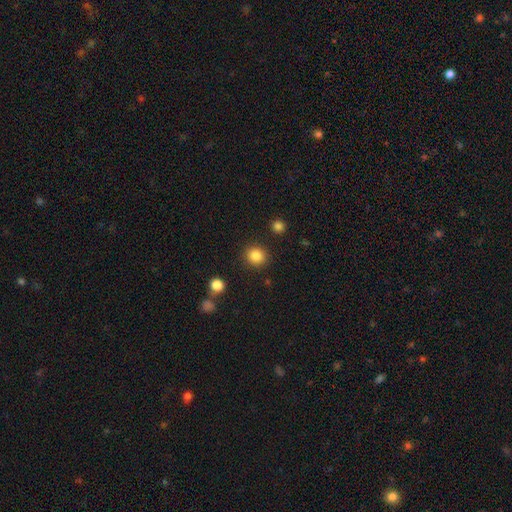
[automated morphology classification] A smooth galaxy with no disk features (85%) that is round (85%).

Vote fractions:
- Smooth or featured? smooth: 85% / star or artifact: 11% / featured or disk: 4%
- How rounded? round: 85% / in between: 14% / cigar-shaped: 1%
- Merging? none: 89% / minor disturbance: 6% / major disturbance: 3% / merger: 2%